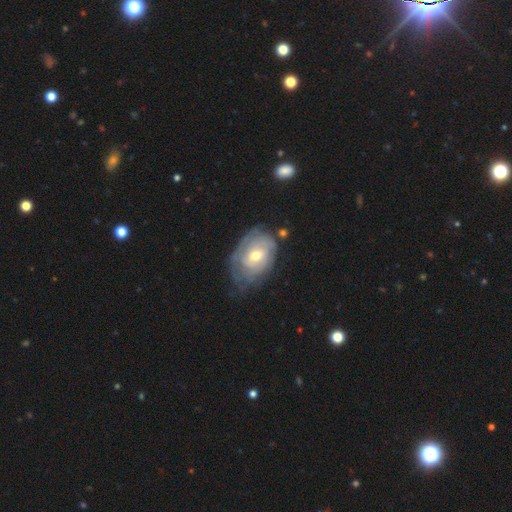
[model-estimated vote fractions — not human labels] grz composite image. It shows a featured or disk galaxy (68%) with no bar (66%), spiral arms (73%) and a moderate central bulge (61%). Merging: none (54%).